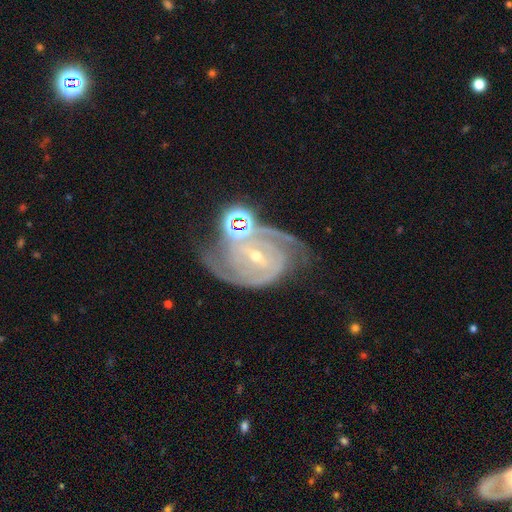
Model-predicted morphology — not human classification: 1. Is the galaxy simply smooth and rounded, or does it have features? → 88% featured or disk, 7% star or artifact, 4% smooth.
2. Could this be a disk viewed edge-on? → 97% no, 3% yes.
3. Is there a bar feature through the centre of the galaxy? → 42% weak, 32% strong, 26% no.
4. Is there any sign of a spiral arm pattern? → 98% yes, 2% no.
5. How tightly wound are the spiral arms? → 53% tight, 40% medium, 8% loose.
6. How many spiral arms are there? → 62% 2, 15% 3, 10% can't tell, 5% 4, 4% more than 4, 3% 1.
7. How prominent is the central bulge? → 70% small, 27% moderate, 1% none, 1% large, 1% dominant.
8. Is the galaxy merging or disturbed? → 60% none, 20% minor disturbance, 11% merger, 10% major disturbance.